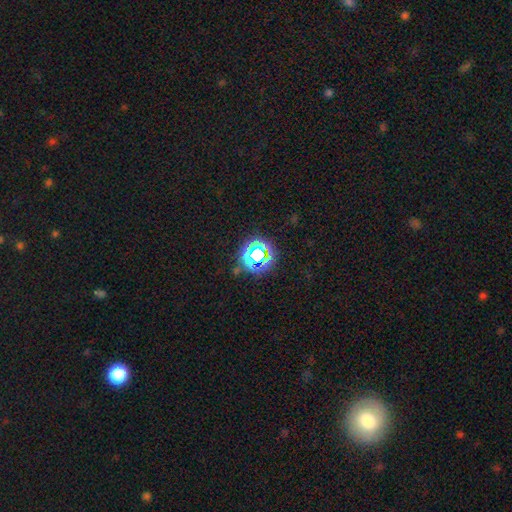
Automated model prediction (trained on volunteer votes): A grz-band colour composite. It shows a star or artifact, not a galaxy (60%).